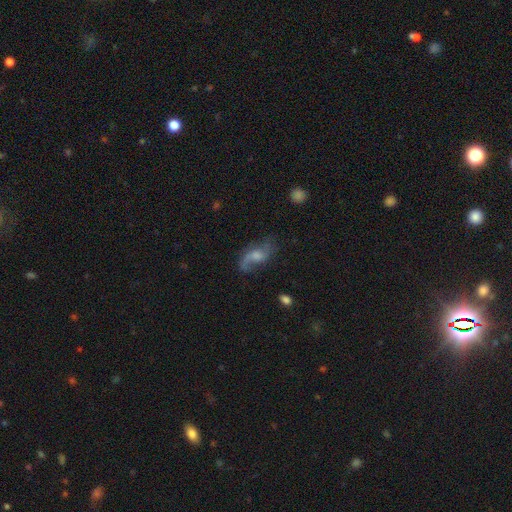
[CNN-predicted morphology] The model was most divided on "bulge size": moderate: 39%, small: 30%, none: 17%, large: 12%, dominant: 2%. More confident: edge-on disk — no (94%); spiral arms — yes (90%); spiral arm count — 2 (73%); spiral winding — loose (72%); smooth or featured — featured or disk (67%); bar — no (56%); merging — none (55%).